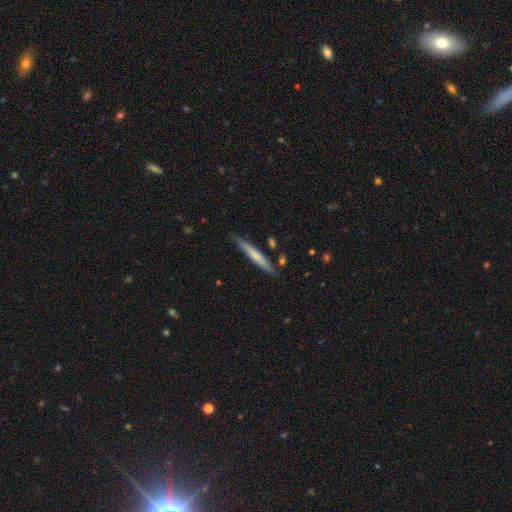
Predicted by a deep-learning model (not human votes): The model was most divided on "smooth or featured": smooth: 59%, featured or disk: 36%, star or artifact: 5%. More confident: how rounded — cigar-shaped (96%); merging — none (85%).